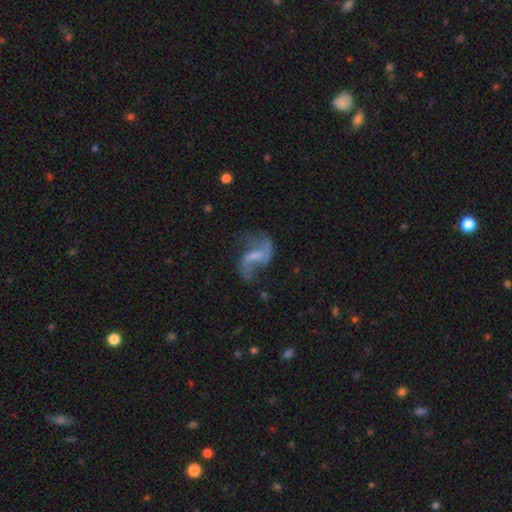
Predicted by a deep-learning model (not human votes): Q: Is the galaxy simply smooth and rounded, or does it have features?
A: featured or disk — 83%.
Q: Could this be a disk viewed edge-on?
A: no — 97%.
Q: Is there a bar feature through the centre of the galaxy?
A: weak — 49%.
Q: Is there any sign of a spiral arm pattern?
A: yes — 93%.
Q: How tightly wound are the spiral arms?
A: loose — 81%.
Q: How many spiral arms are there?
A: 2 — 91%.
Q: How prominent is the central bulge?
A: none — 44%.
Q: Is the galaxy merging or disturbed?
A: none — 62%.